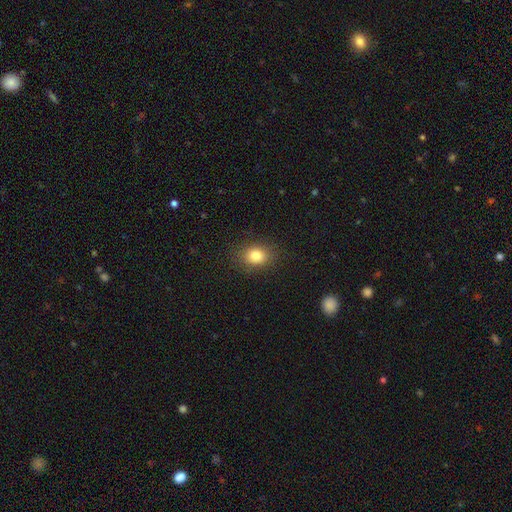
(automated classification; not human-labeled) smooth 83%, star or artifact 11%, featured or disk 7%. Down the decision tree: how rounded — in between (52%); merging — none (86%).